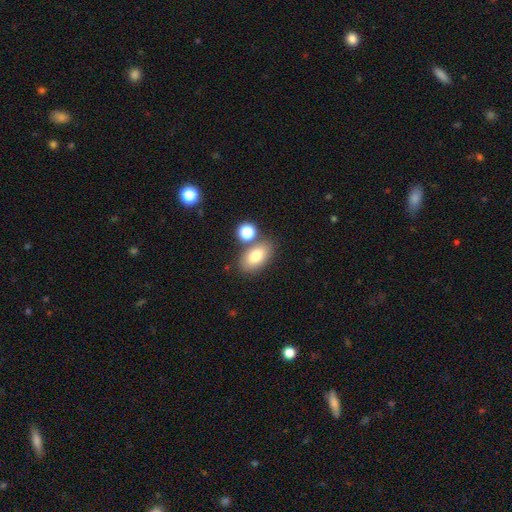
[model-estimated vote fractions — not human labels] Smooth or featured: smooth — 78% (featured or disk — 14%)
How rounded: in between — 89% (round — 9%)
Merging: none — 67% (merger — 18%)